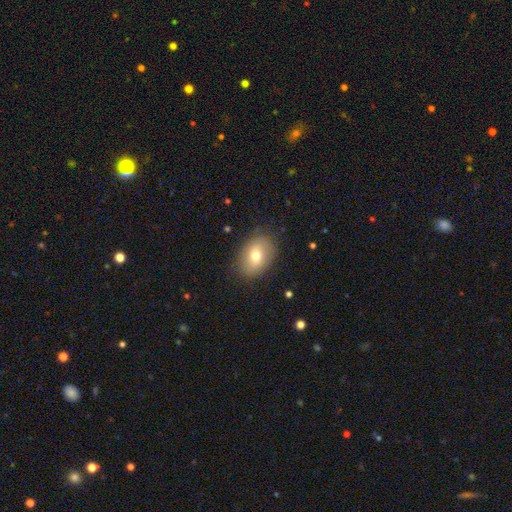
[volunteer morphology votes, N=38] This appears to be a smooth galaxy with no disk features (79%) that is in between round and cigar-shaped (80%). Merging: none (86%).